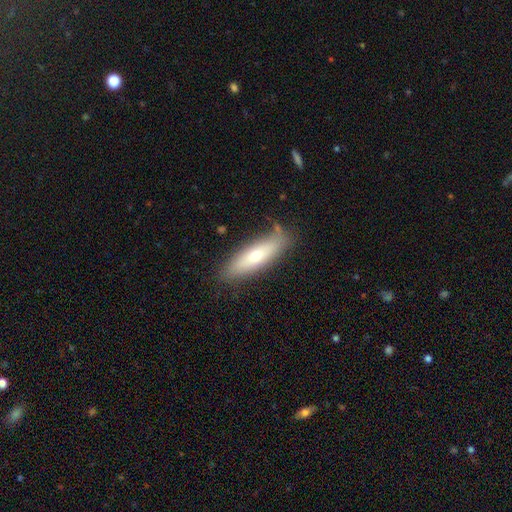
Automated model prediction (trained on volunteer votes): Smooth or featured: smooth — 62% (featured or disk — 31%)
How rounded: cigar-shaped — 60% (in between — 39%)
Merging: none — 80% (minor disturbance — 14%)